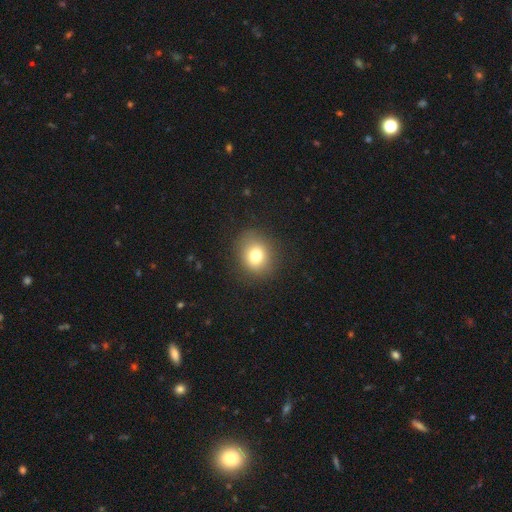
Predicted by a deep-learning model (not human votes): A smooth galaxy with no disk features (77%) that is round (69%).

Vote fractions:
- Smooth or featured? smooth: 77% / star or artifact: 12% / featured or disk: 11%
- How rounded? round: 69% / in between: 30% / cigar-shaped: 1%
- Merging? none: 86% / minor disturbance: 9% / major disturbance: 4% / merger: 1%